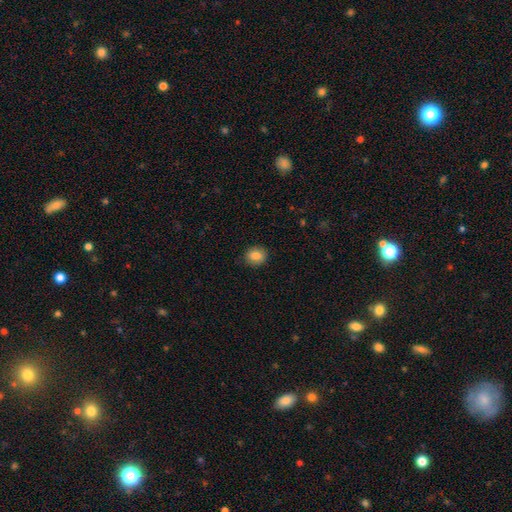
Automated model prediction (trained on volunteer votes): Overall: smooth (84%). How rounded: round (75%). Merging: none (89%).